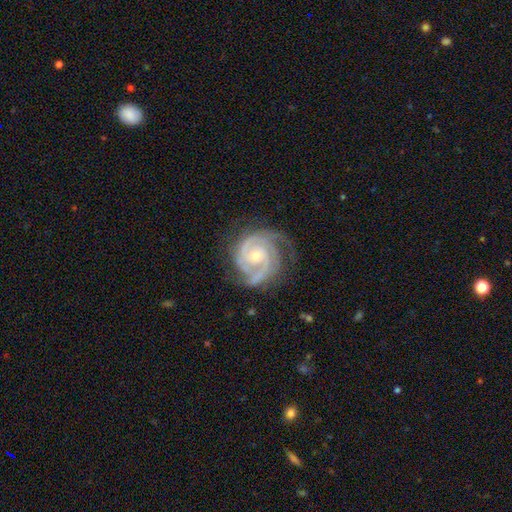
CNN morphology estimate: Smooth or featured? featured or disk (92%)
Edge-on disk? no (98%)
Bar? no (72%)
Spiral arms? yes (98%)
Spiral winding? tight (67%)
Spiral arm count? 2 (44%)
Bulge size? small (59%)
Merging? none (70%)